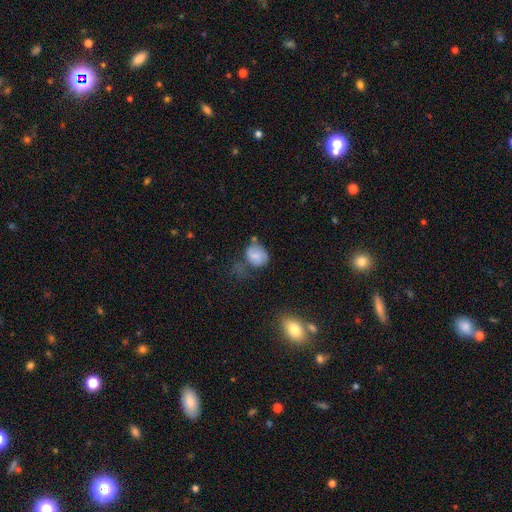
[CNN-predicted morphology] smooth-or-featured: smooth: 68% | featured or disk: 23% | star or artifact: 10%
  how-rounded: round: 50% | in between: 49% | cigar-shaped: 1%
  merging: none: 40% | minor disturbance: 31% | major disturbance: 18% | merger: 12%